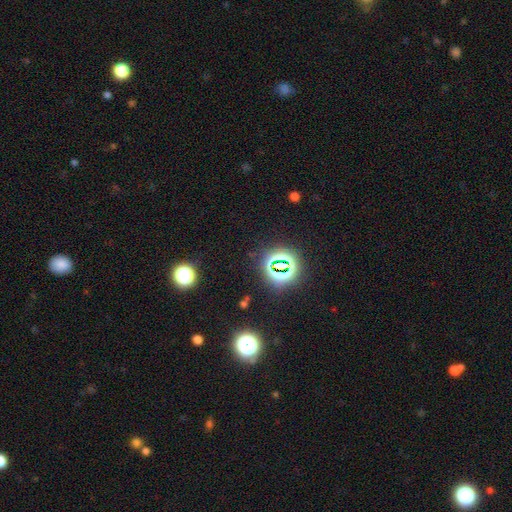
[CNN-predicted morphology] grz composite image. It shows a star or artifact, not a galaxy (80%).